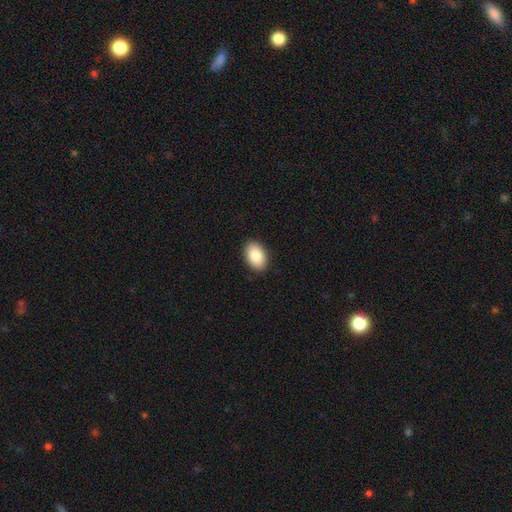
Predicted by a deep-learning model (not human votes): smooth-or-featured: smooth: 86% | featured or disk: 7% | star or artifact: 7%
  how-rounded: in between: 88% | round: 10% | cigar-shaped: 1%
  merging: none: 90% | minor disturbance: 7% | major disturbance: 2% | merger: 1%